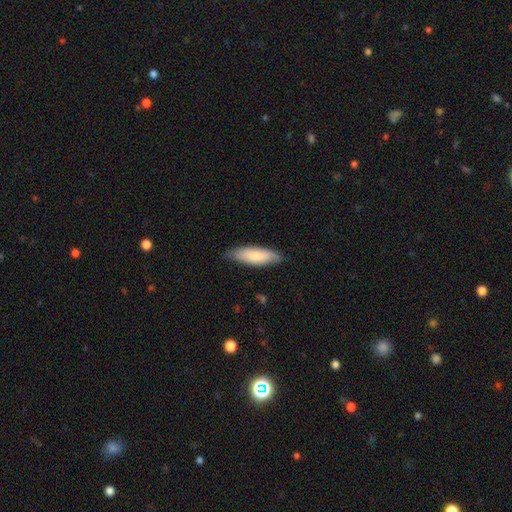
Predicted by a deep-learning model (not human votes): smooth_or_featured: smooth (p=0.75) [alt: featured or disk p=0.19]
how_rounded: in between (p=0.61) [alt: cigar-shaped p=0.38]
merging: none (p=0.76) [alt: minor disturbance p=0.20]